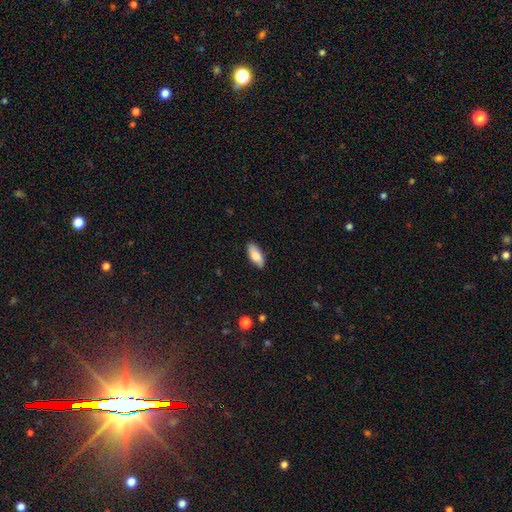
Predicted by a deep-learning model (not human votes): Smooth or featured?
  - smooth: 83% *
  - featured or disk: 11%
  - star or artifact: 6%
How rounded?
  - in between: 82% *
  - cigar-shaped: 16%
  - round: 2%
Merging?
  - none: 85% *
  - minor disturbance: 11%
  - major disturbance: 2%
  - merger: 1%